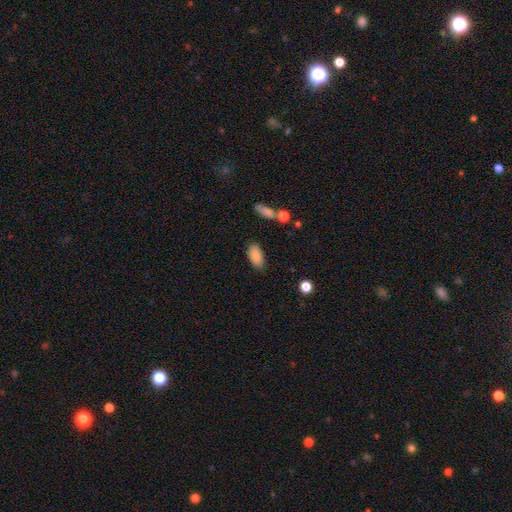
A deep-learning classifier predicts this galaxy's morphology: Smooth or featured: smooth — 82% (featured or disk — 10%)
How rounded: in between — 92% (cigar-shaped — 4%)
Merging: none — 79% (minor disturbance — 14%)